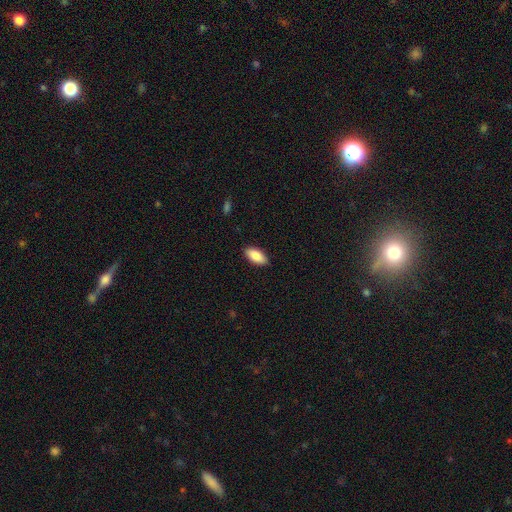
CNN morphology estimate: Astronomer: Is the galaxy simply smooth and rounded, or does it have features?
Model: smooth — 87%.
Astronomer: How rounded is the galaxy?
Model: in between — 91%.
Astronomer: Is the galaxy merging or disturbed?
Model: none — 90%.